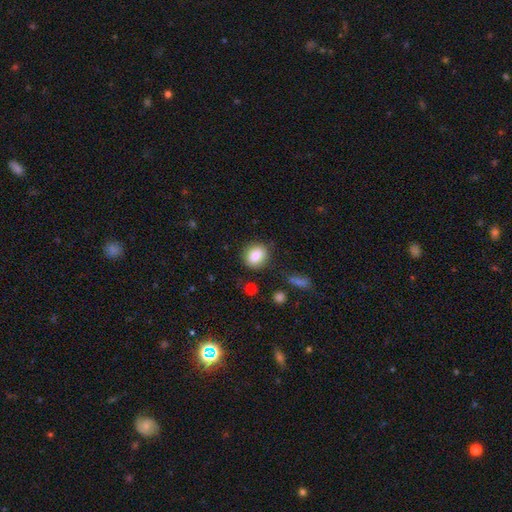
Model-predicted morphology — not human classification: Overall: smooth (81%). How rounded: round (56%; in between 42%). Merging: none (84%).